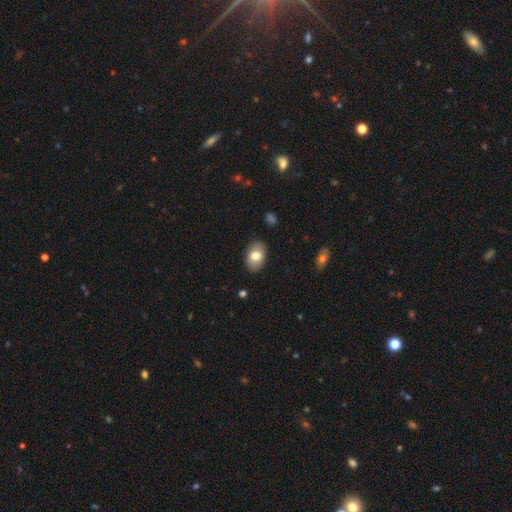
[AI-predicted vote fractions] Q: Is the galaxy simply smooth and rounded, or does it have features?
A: smooth — 77%.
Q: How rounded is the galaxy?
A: in between — 87%.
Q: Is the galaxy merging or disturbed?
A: none — 87%.